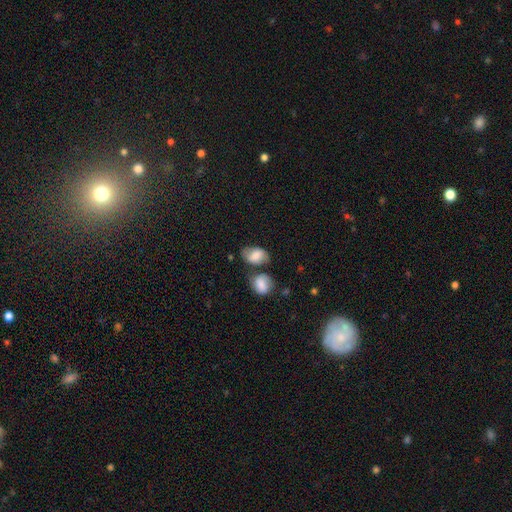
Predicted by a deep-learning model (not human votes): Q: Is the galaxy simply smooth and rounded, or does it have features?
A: smooth — 73%.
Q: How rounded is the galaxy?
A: in between — 83%.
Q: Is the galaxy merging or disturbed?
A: none — 49%.